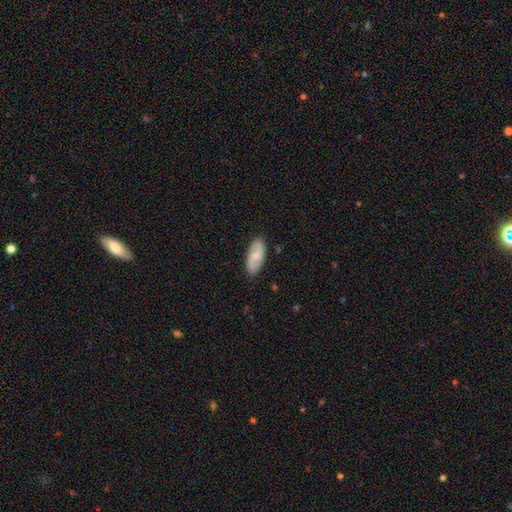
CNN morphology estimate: Overall: smooth (54%; featured or disk 40%). How rounded: in between (88%). Merging: none (86%).